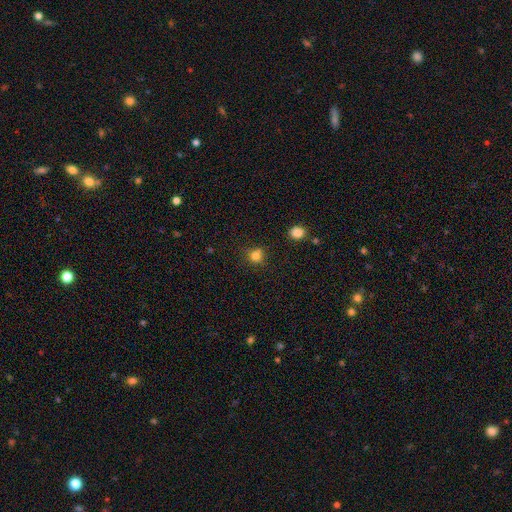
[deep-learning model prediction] This appears to be a smooth galaxy with no disk features (79%) that is round (85%). Merging: none (75%).